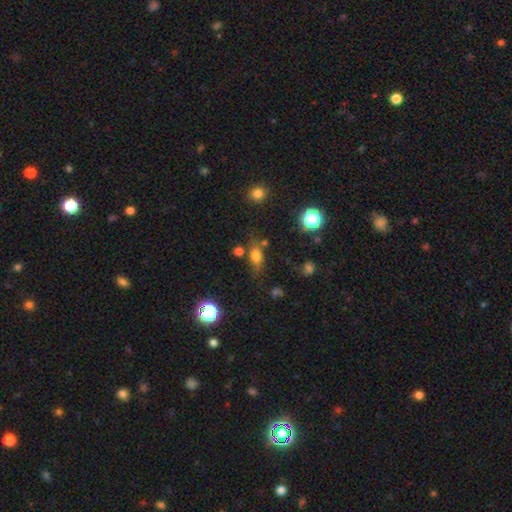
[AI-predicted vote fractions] This is likely a smooth galaxy (71%). How rounded: likely in between (70%). Merging: likely none (65%).